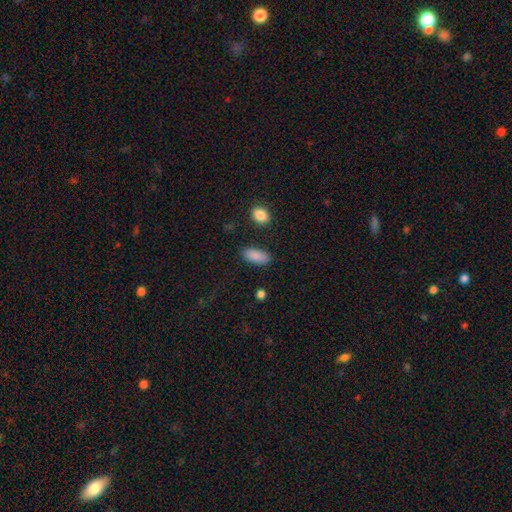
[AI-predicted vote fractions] Q: Smooth or featured?
A: smooth (89%); runner-up: star or artifact (7%)
Q: How rounded?
A: in between (88%); runner-up: cigar-shaped (10%)
Q: Merging?
A: none (85%); runner-up: minor disturbance (10%)